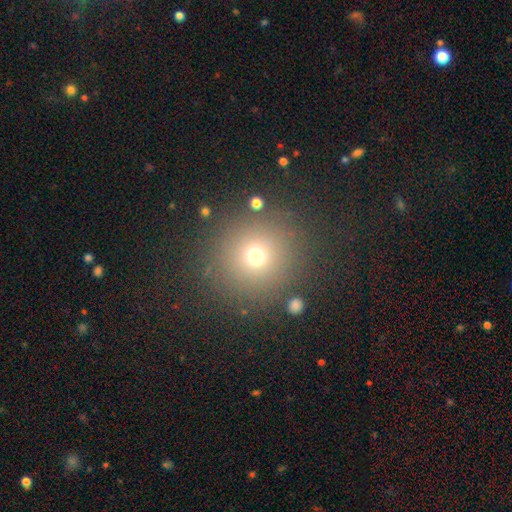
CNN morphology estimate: This appears to be a smooth galaxy with no disk features (69%) that is round (92%). Merging: none (85%).